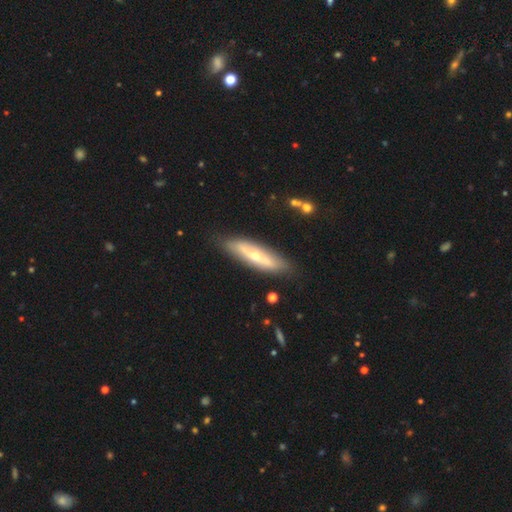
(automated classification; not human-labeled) Smooth or featured?
  - featured or disk: 60% *
  - smooth: 35%
  - star or artifact: 5%
Edge-on disk?
  - yes: 62% *
  - no: 38%
Merging?
  - none: 82% *
  - minor disturbance: 13%
  - major disturbance: 3%
  - merger: 2%